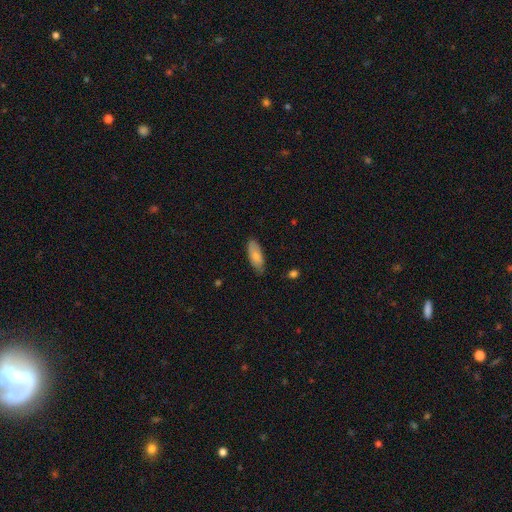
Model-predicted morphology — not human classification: smooth_or_featured: smooth (p=0.77) [alt: featured or disk p=0.17]
how_rounded: in between (p=0.80) [alt: cigar-shaped p=0.19]
merging: none (p=0.77) [alt: minor disturbance p=0.19]